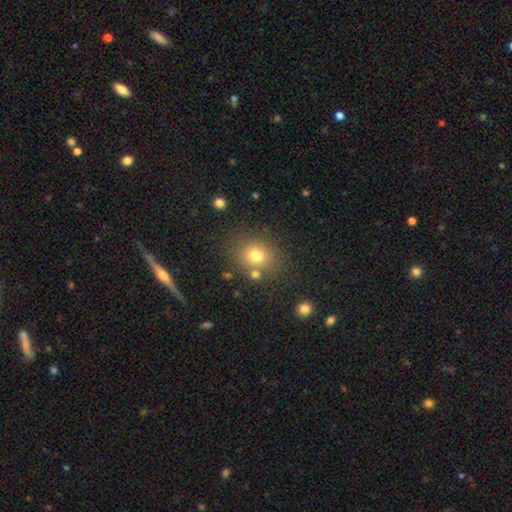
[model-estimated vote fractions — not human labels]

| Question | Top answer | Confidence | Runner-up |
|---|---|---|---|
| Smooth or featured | smooth | 75% | star or artifact (15%) |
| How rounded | round | 74% | in between (25%) |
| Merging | none | 78% | minor disturbance (10%) |